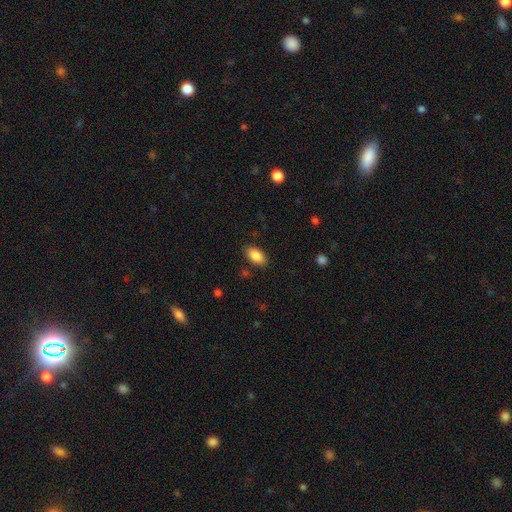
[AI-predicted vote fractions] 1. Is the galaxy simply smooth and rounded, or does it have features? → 87% smooth, 7% star or artifact, 5% featured or disk.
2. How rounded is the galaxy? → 93% in between, 4% round, 3% cigar-shaped.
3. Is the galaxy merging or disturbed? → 86% none, 10% minor disturbance, 3% major disturbance, 2% merger.